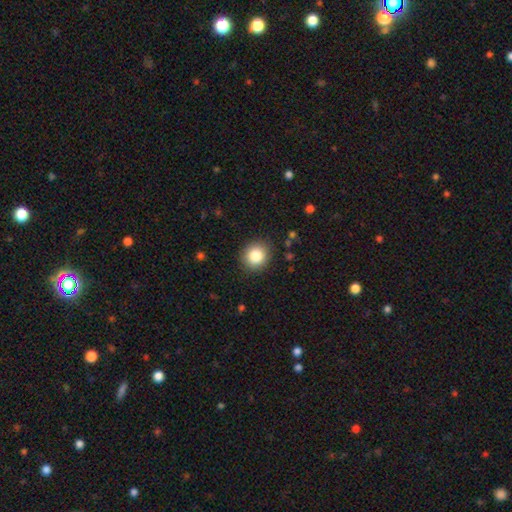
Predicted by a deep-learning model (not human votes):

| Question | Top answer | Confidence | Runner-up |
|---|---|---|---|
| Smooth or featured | smooth | 84% | star or artifact (10%) |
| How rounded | round | 84% | in between (15%) |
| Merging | none | 89% | minor disturbance (7%) |